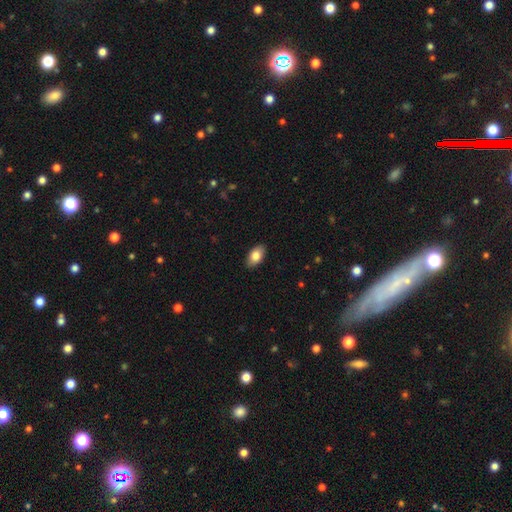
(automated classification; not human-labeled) The model was most divided on "smooth or featured": smooth: 83%, featured or disk: 11%, star or artifact: 7%. More confident: how rounded — in between (93%); merging — none (88%).